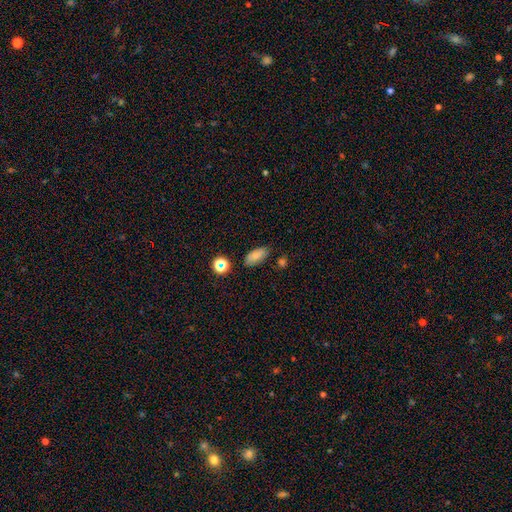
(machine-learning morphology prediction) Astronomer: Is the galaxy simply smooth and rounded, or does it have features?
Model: smooth — 80%.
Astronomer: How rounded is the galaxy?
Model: in between — 87%.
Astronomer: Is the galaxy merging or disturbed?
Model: none — 78%.